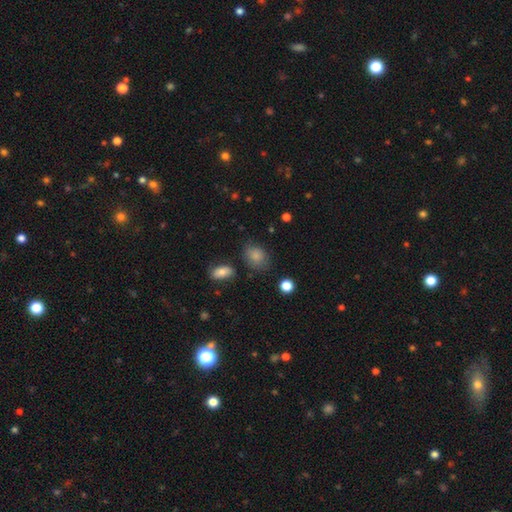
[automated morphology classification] A smooth galaxy with no disk features (82%) that is in between round and cigar-shaped (59%). Merging: none (69%).